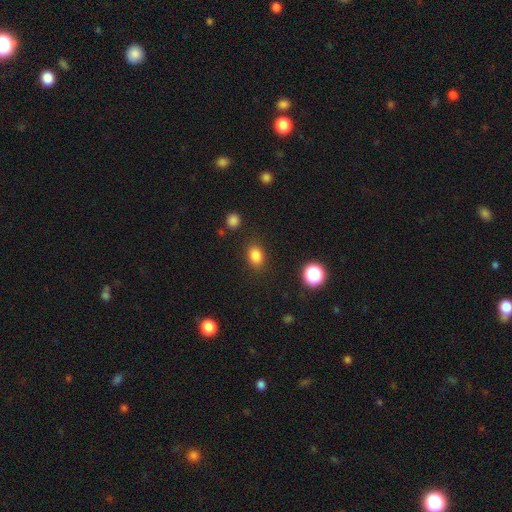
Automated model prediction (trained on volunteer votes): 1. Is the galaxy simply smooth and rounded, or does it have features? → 84% smooth, 12% star or artifact, 5% featured or disk.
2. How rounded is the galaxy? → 64% in between, 35% round, 1% cigar-shaped.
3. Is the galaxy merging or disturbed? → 85% none, 10% minor disturbance, 3% major disturbance, 2% merger.